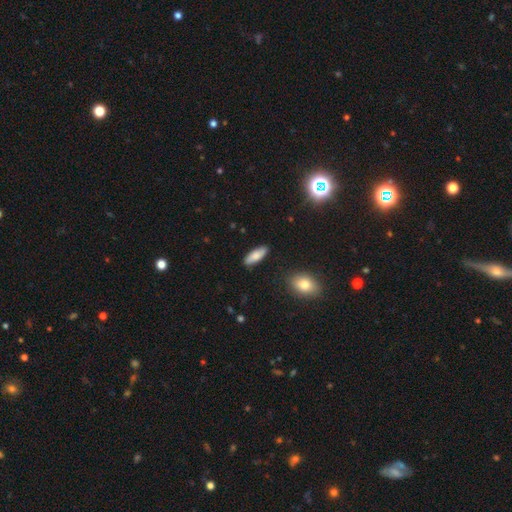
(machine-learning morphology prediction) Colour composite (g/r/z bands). It shows a smooth galaxy with no disk features (82%) that is in between round and cigar-shaped (71%). Merging: none (87%).